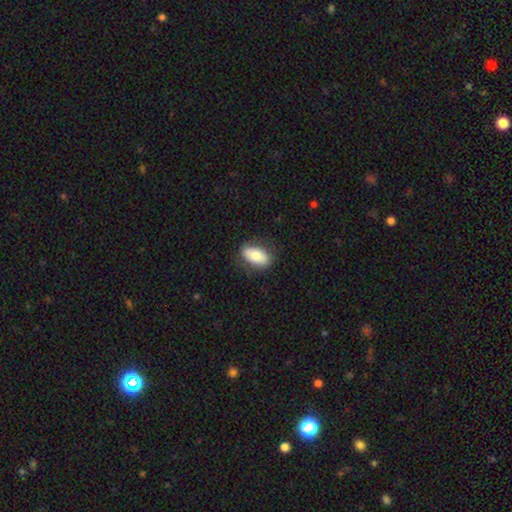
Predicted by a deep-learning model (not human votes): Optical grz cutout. It shows a smooth galaxy with no disk features (74%) that is in between round and cigar-shaped (91%). Merging: none (81%).